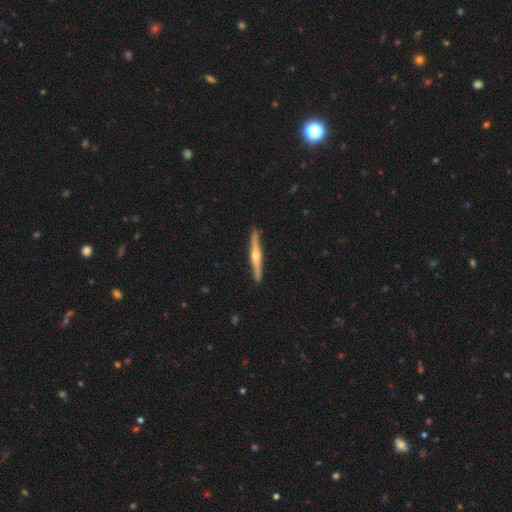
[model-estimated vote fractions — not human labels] Smooth or featured?
  - featured or disk: 72% *
  - smooth: 23%
  - star or artifact: 5%
Edge-on disk?
  - yes: 98% *
  - no: 2%
Edge-on bulge?
  - rounded: 89% *
  - none: 7%
  - boxy: 4%
Merging?
  - none: 92% *
  - minor disturbance: 6%
  - major disturbance: 1%
  - merger: 1%